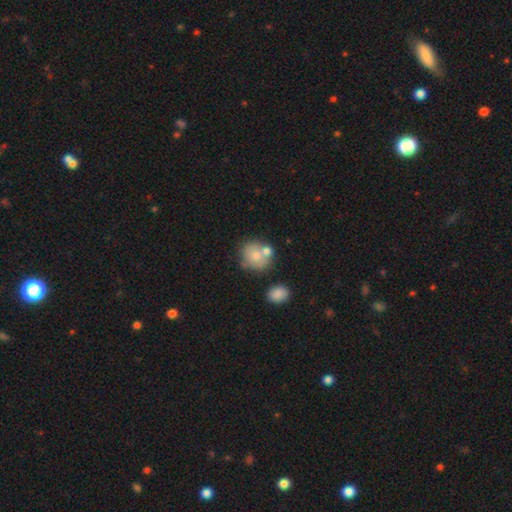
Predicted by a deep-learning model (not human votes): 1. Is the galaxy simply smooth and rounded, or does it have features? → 72% smooth, 19% featured or disk, 9% star or artifact.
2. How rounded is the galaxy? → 82% round, 17% in between, 1% cigar-shaped.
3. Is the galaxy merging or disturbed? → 55% none, 28% merger, 13% minor disturbance, 4% major disturbance.